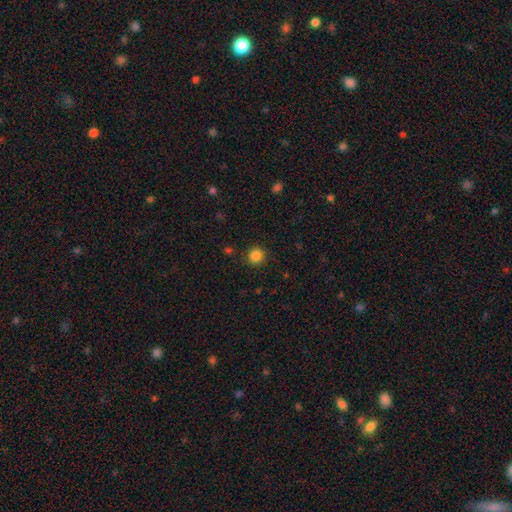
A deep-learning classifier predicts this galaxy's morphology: Smooth or featured?
  - smooth: 85% *
  - star or artifact: 12%
  - featured or disk: 4%
How rounded?
  - round: 92% *
  - in between: 7%
  - cigar-shaped: 1%
Merging?
  - none: 90% *
  - minor disturbance: 7%
  - major disturbance: 2%
  - merger: 1%